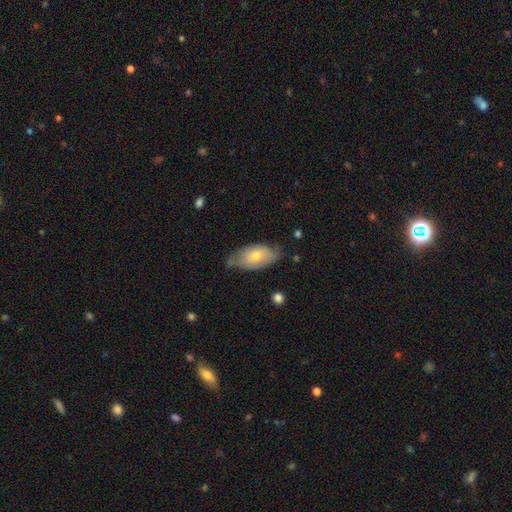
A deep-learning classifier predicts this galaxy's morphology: Smooth or featured? Predicted: smooth (p=0.55). How rounded? Predicted: in between (p=0.91). Merging? Predicted: none (p=0.61).